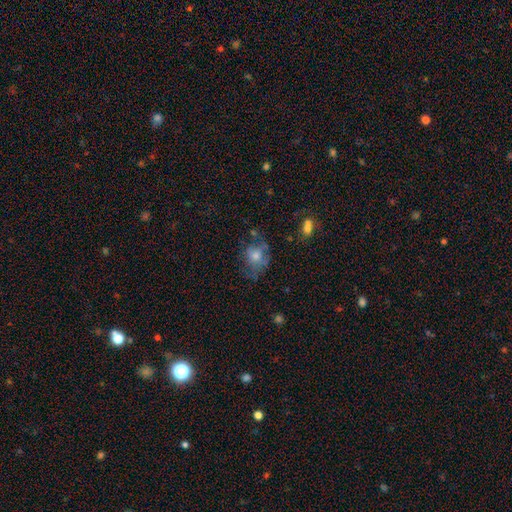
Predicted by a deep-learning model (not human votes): This is possibly a smooth galaxy (58%). How rounded: possibly round (52%). Merging: marginally none (41%).